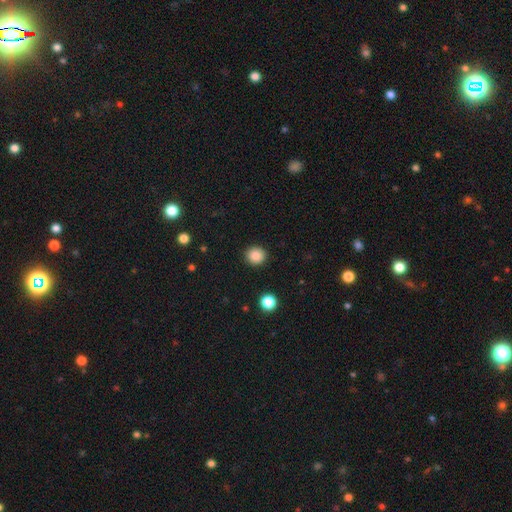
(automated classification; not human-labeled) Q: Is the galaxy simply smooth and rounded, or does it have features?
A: smooth — 87%.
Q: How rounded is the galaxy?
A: round — 90%.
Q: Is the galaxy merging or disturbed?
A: none — 91%.